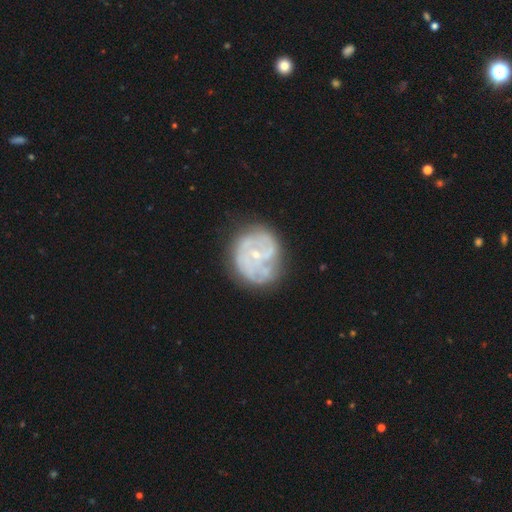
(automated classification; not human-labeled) Smooth or featured: featured or disk — 76% (smooth — 17%)
Edge-on disk: no — 98% (yes — 2%)
Bar: no — 70% (weak — 25%)
Spiral arms: yes — 78% (no — 22%)
Spiral winding: tight — 56% (medium — 32%)
Spiral arm count: can't tell — 41% (2 — 21%)
Bulge size: small — 76% (moderate — 18%)
Merging: none — 61% (minor disturbance — 23%)